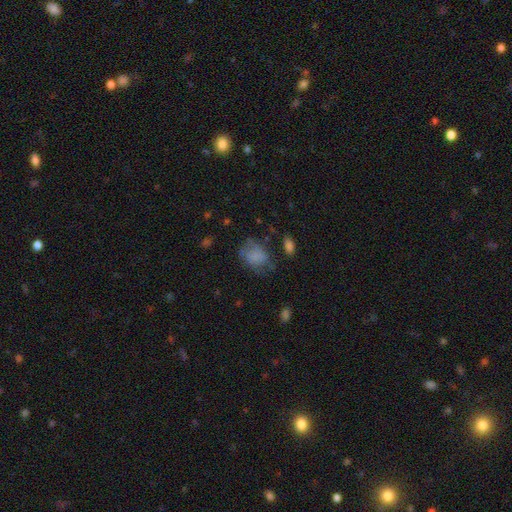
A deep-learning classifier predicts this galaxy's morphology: smooth_or_featured: smooth (p=0.74) [alt: featured or disk p=0.16]
how_rounded: in between (p=0.56) [alt: round p=0.43]
merging: none (p=0.47) [alt: minor disturbance p=0.29]